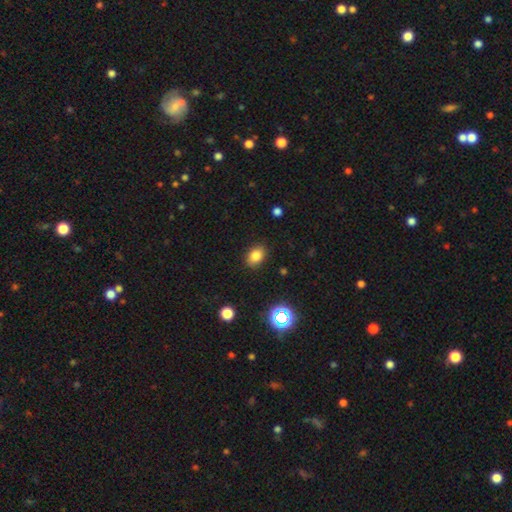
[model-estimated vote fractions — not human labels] Morphology: type=smooth (80%); roundness=in between (71%); merging=none (86%).